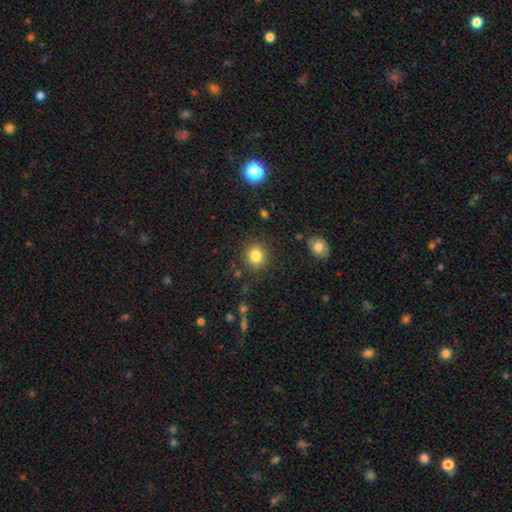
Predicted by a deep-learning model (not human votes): Smooth or featured? smooth (83%)
How rounded? round (87%)
Merging? none (88%)